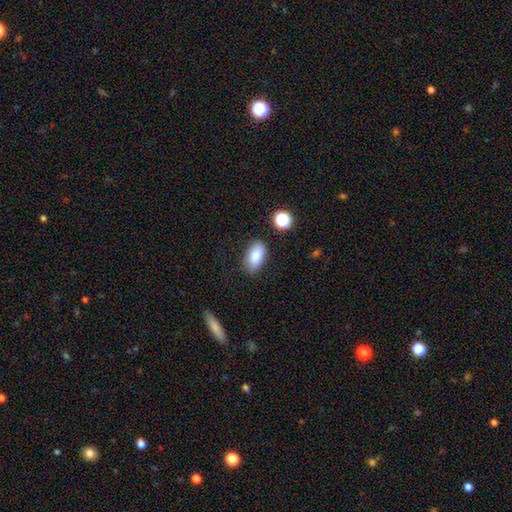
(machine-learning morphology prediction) This is clearly a smooth galaxy (83%). How rounded: clearly in between (91%). Merging: clearly none (82%).